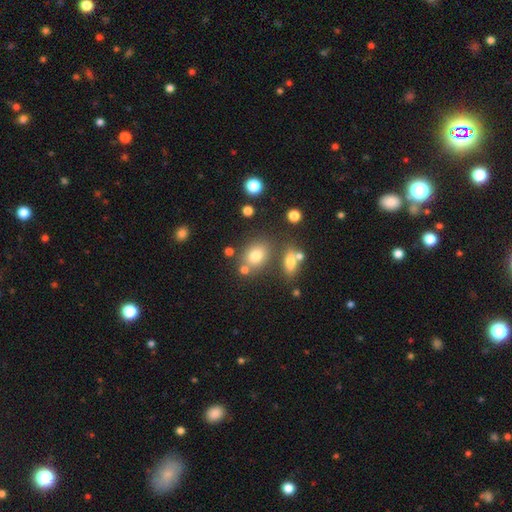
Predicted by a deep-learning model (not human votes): The model was most divided on "how rounded": in between: 56%, round: 42%, cigar-shaped: 2%. More confident: smooth or featured — smooth (74%); merging — none (66%).